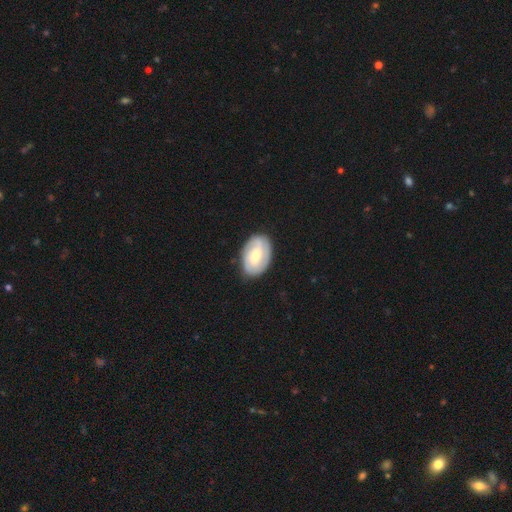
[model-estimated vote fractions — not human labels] smooth-or-featured: featured or disk: 64% | smooth: 31% | star or artifact: 5%
  disk-edge-on: no: 96% | yes: 4%
    bar: weak: 44% | no: 42% | strong: 14%
    has-spiral-arms: yes: 86% | no: 14%
      spiral-winding: tight: 58% | medium: 31% | loose: 11%
      spiral-arm-count: 2: 48% | can't tell: 28% | 3: 14% | 1: 4% | 4: 3% | more than 4: 3%
    bulge-size: moderate: 60% | small: 32% | large: 5% | none: 2% | dominant: 1%
  merging: none: 83% | minor disturbance: 13% | major disturbance: 3% | merger: 1%